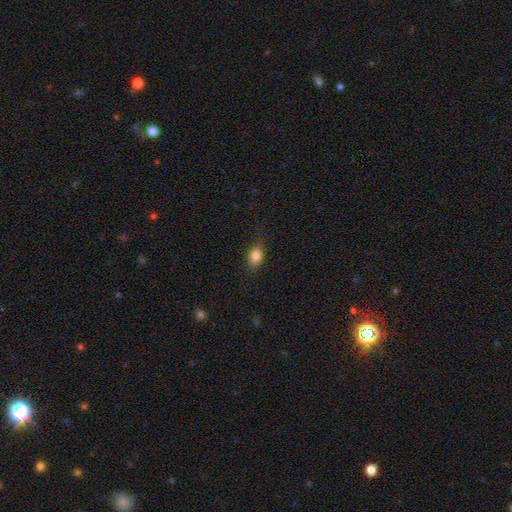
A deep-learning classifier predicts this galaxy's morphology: The model was most divided on "merging": none: 82%, minor disturbance: 14%, major disturbance: 3%, merger: 1%. More confident: smooth or featured — smooth (82%); how rounded — in between (82%).